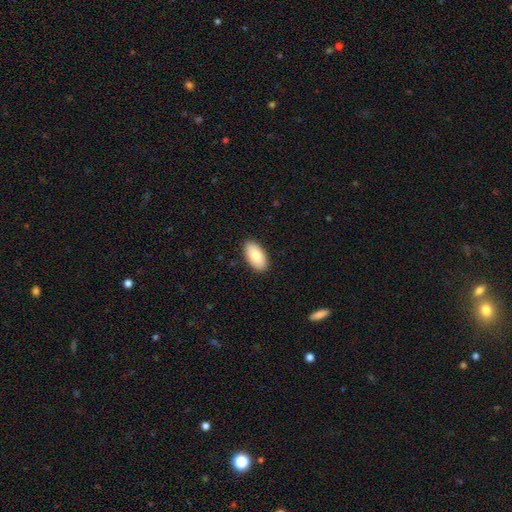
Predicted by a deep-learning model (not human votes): smooth 85%, featured or disk 9%, star or artifact 6%. Down the decision tree: how rounded — in between (95%); merging — none (89%).